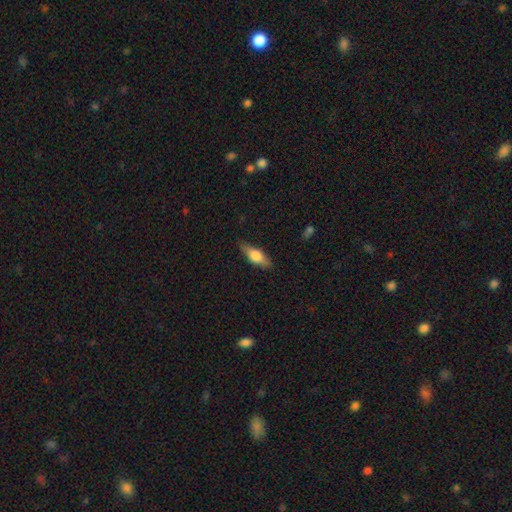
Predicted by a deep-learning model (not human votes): Smooth or featured: smooth — 63% (featured or disk — 31%)
How rounded: in between — 64% (cigar-shaped — 32%)
Merging: none — 82% (minor disturbance — 14%)